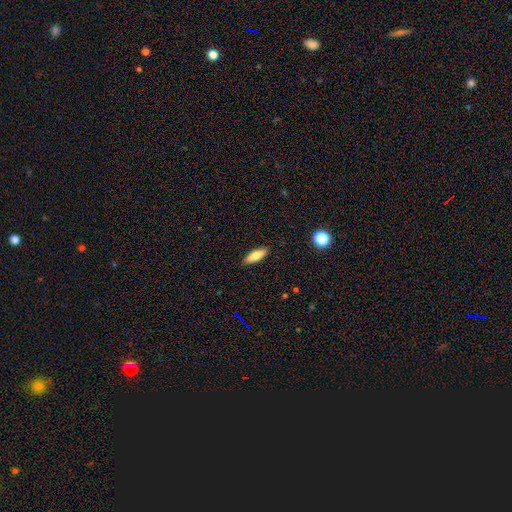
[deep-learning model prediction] Overall: smooth (79%). How rounded: in between (59%; cigar-shaped 39%). Merging: none (88%).